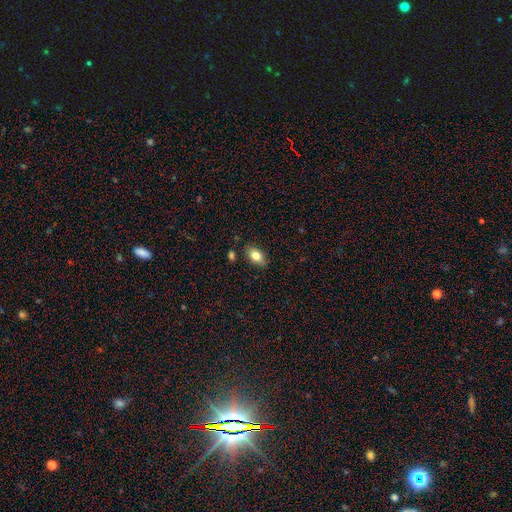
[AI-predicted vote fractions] smooth_or_featured: smooth (p=0.80) [alt: featured or disk p=0.12]
how_rounded: in between (p=0.90) [alt: round p=0.08]
merging: none (p=0.83) [alt: minor disturbance p=0.11]